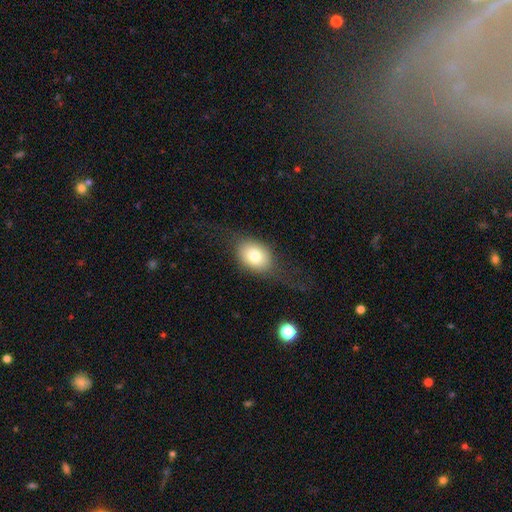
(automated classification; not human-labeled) smooth_or_featured: smooth (p=0.68) [alt: featured or disk p=0.24]
how_rounded: in between (p=0.60) [alt: round p=0.38]
merging: none (p=0.58) [alt: major disturbance p=0.20]